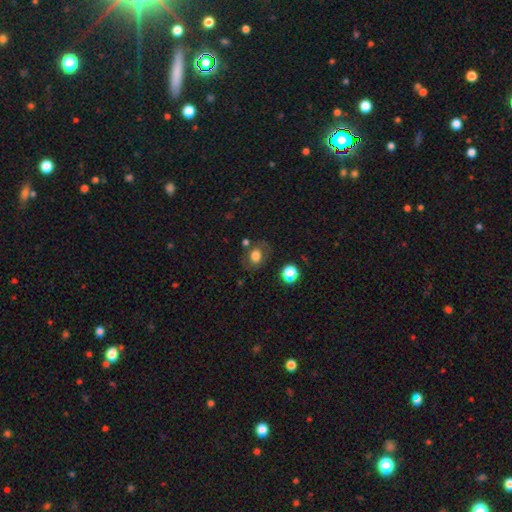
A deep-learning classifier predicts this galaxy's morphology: Smooth or featured? smooth (70%)
How rounded? in between (56%)
Merging? none (71%)